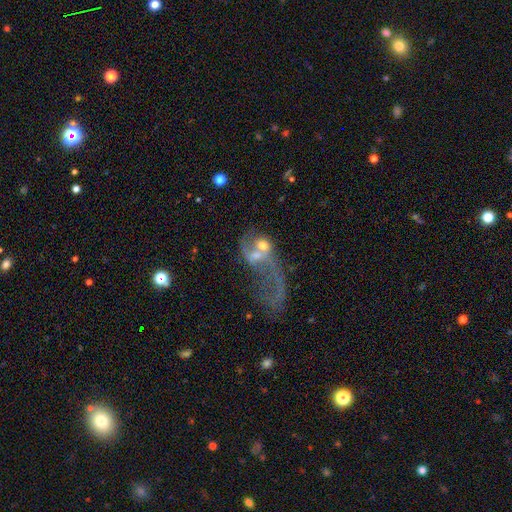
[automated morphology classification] smooth_or_featured: featured or disk (p=0.63) [alt: smooth p=0.25]
disk_edge_on: no (p=0.95) [alt: yes p=0.05]
bar: no (p=0.69) [alt: weak p=0.24]
has_spiral_arms: yes (p=0.60) [alt: no p=0.40]
bulge_size: moderate (p=0.43) [alt: small p=0.34]
merging: merger (p=0.58) [alt: major disturbance p=0.25]